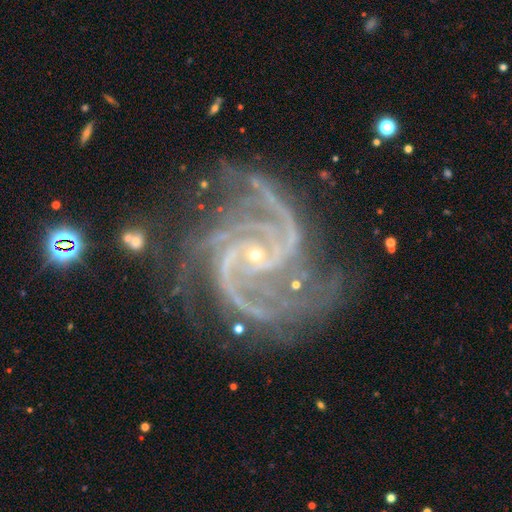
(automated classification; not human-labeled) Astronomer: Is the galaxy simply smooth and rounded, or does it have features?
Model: featured or disk — 93%.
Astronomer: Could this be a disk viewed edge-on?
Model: no — 98%.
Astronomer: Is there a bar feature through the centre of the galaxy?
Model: no — 55%.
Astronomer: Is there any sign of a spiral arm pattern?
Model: yes — 99%.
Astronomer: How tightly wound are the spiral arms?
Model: medium — 56% (runner-up: tight, 33%).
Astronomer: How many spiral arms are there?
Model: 2 — 33% (runner-up: 3, 29%).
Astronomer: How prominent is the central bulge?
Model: small — 86%.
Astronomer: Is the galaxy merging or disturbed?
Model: none — 63%.